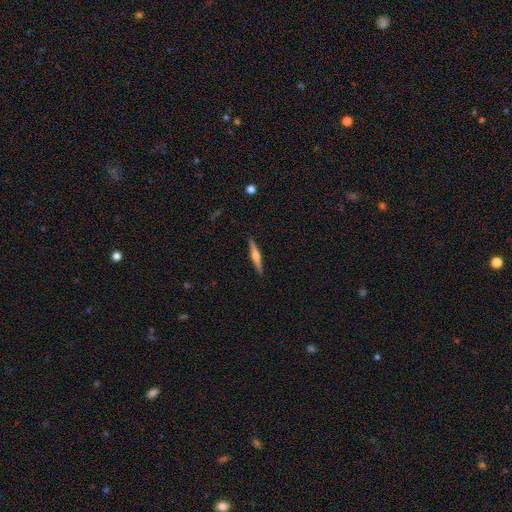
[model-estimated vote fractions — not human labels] Smooth or featured: featured or disk — 65% (smooth — 29%)
Edge-on disk: yes — 98% (no — 2%)
Edge-on bulge: rounded — 86% (boxy — 8%)
Merging: none — 90% (minor disturbance — 7%)